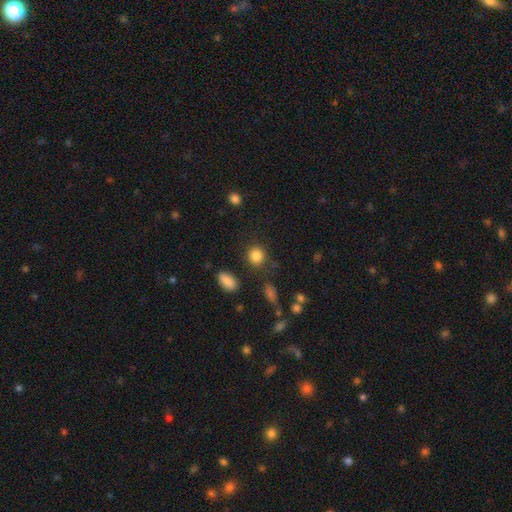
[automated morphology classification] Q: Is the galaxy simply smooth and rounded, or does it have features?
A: smooth — 85%.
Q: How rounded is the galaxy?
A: round — 85%.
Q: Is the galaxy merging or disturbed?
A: none — 82%.